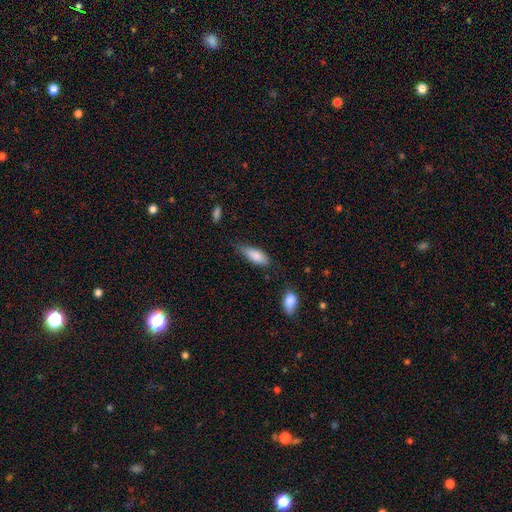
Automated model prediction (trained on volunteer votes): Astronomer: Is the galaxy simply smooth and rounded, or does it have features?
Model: smooth — 84%.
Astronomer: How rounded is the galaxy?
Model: in between — 75%.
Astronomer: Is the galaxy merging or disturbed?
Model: none — 51% (runner-up: minor disturbance, 36%).